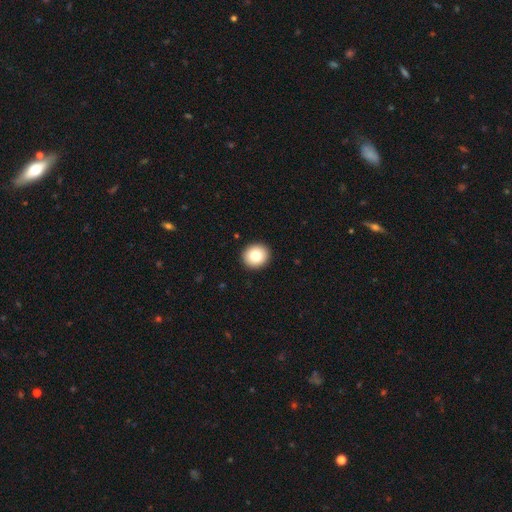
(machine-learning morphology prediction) Smooth or featured?
  - smooth: 81% *
  - featured or disk: 10%
  - star or artifact: 9%
How rounded?
  - round: 86% *
  - in between: 13%
  - cigar-shaped: 1%
Merging?
  - none: 93% *
  - minor disturbance: 5%
  - major disturbance: 1%
  - merger: 1%